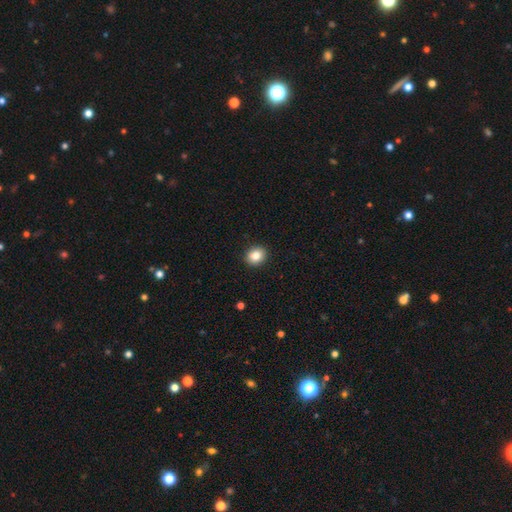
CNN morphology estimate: Overall: smooth (84%). How rounded: round (68%; in between 31%). Merging: none (92%).